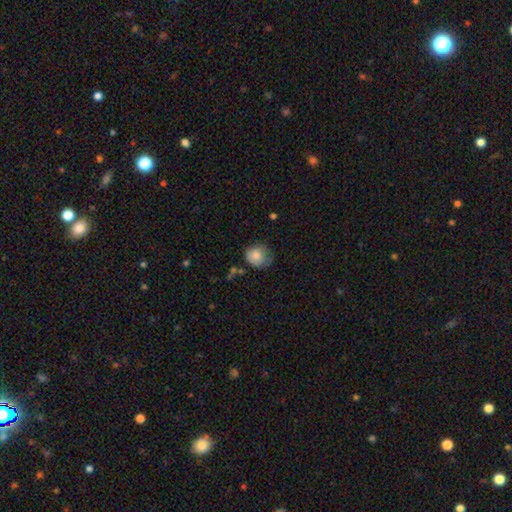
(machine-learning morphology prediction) A smooth galaxy with no disk features (81%) that is round (75%).

Vote fractions:
- Smooth or featured? smooth: 81% / featured or disk: 11% / star or artifact: 8%
- How rounded? round: 75% / in between: 24% / cigar-shaped: 1%
- Merging? none: 51% / minor disturbance: 34% / major disturbance: 12% / merger: 3%